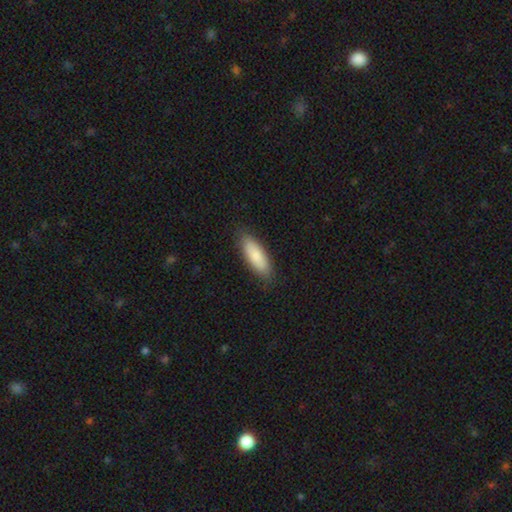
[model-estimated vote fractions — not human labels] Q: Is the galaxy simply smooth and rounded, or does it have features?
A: smooth — 82%.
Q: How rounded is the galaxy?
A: in between — 62%.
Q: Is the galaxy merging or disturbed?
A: none — 85%.